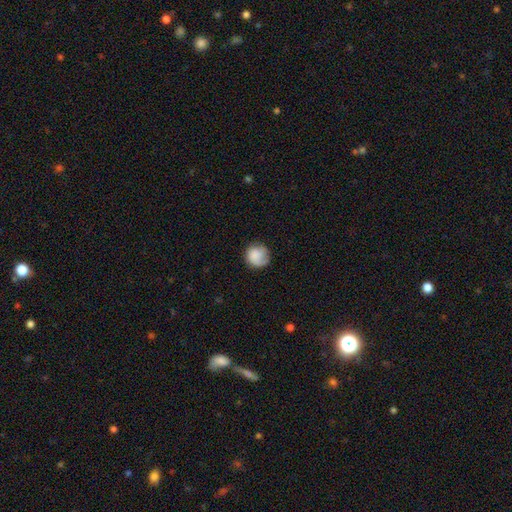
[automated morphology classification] Overall: smooth (77%). How rounded: round (89%). Merging: none (68%).